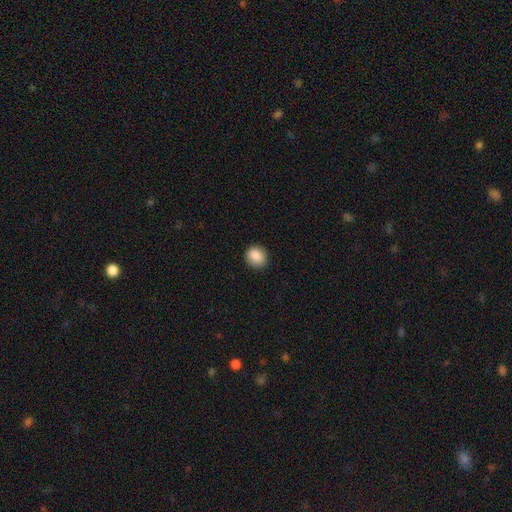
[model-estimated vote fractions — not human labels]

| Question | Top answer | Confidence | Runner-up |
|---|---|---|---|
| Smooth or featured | smooth | 88% | star or artifact (8%) |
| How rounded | round | 71% | in between (28%) |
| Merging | none | 88% | minor disturbance (9%) |